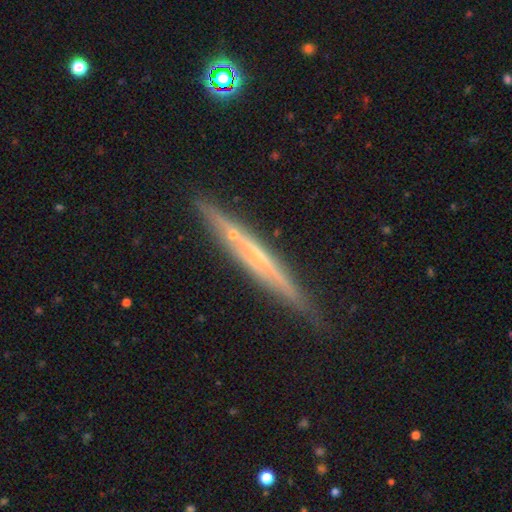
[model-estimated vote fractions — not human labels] smooth-or-featured: featured or disk: 71% | smooth: 21% | star or artifact: 8%
  disk-edge-on: yes: 96% | no: 4%
    edge-on-bulge: none: 68% | rounded: 24% | boxy: 8%
  merging: none: 85% | minor disturbance: 10% | merger: 3% | major disturbance: 2%